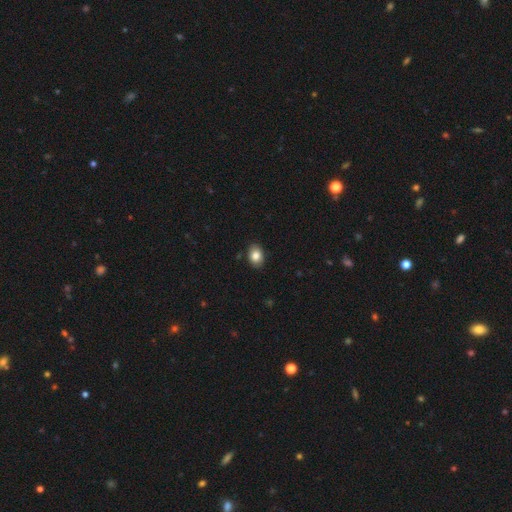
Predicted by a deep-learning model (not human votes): Morphology: type=smooth (83%); roundness=in between (79%); merging=none (88%).